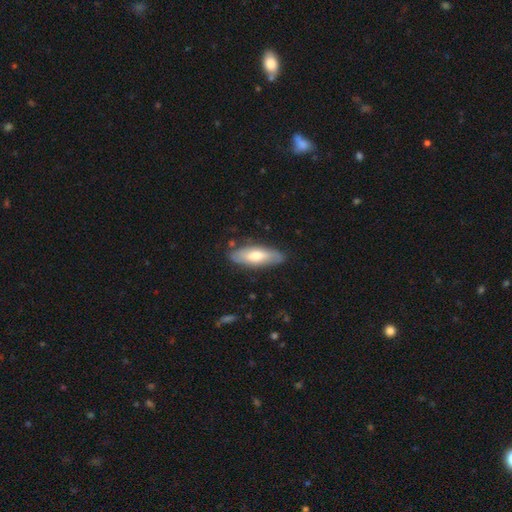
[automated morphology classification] Smooth or featured: smooth — 60% (featured or disk — 34%)
How rounded: in between — 62% (cigar-shaped — 36%)
Merging: none — 82% (minor disturbance — 14%)